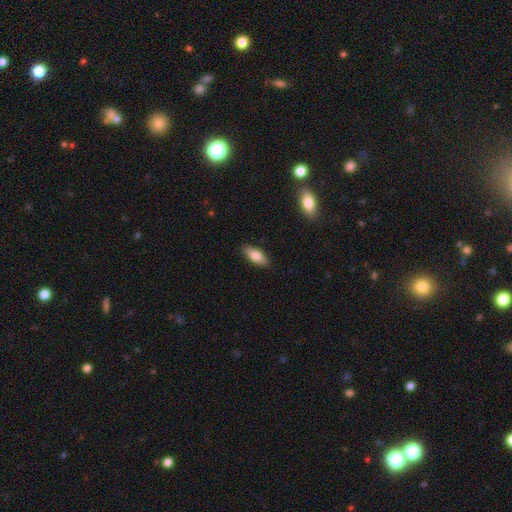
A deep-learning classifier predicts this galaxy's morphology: A smooth galaxy with no disk features (80%) that is in between round and cigar-shaped (78%).

Vote fractions:
- Smooth or featured? smooth: 80% / featured or disk: 14% / star or artifact: 6%
- How rounded? in between: 78% / cigar-shaped: 20% / round: 2%
- Merging? none: 88% / minor disturbance: 9% / major disturbance: 2% / merger: 1%